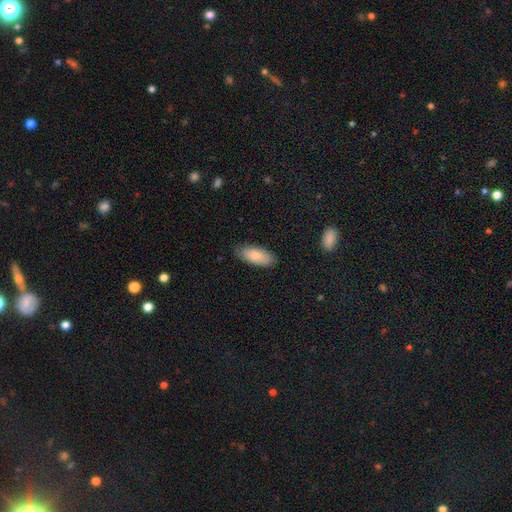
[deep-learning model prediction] Smooth or featured: smooth — 83% (featured or disk — 12%)
How rounded: in between — 85% (cigar-shaped — 13%)
Merging: none — 82% (minor disturbance — 14%)